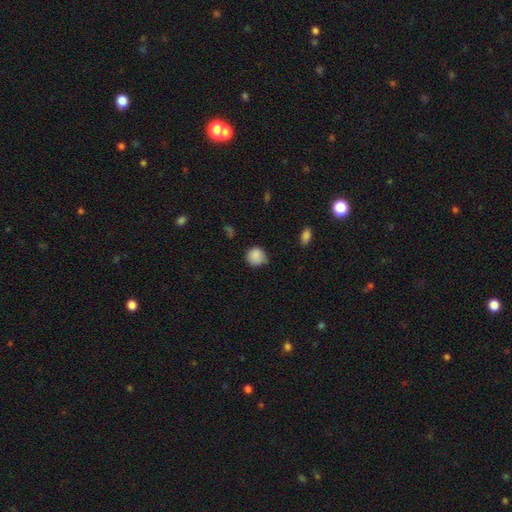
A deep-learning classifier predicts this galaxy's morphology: A smooth galaxy with no disk features (87%) that is round (88%). Merging: none (65%).